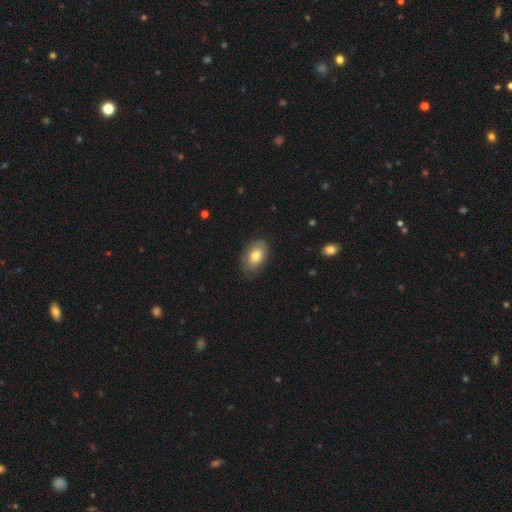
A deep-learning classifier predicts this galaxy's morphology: This is likely a smooth galaxy (75%). How rounded: clearly in between (88%). Merging: likely none (78%).